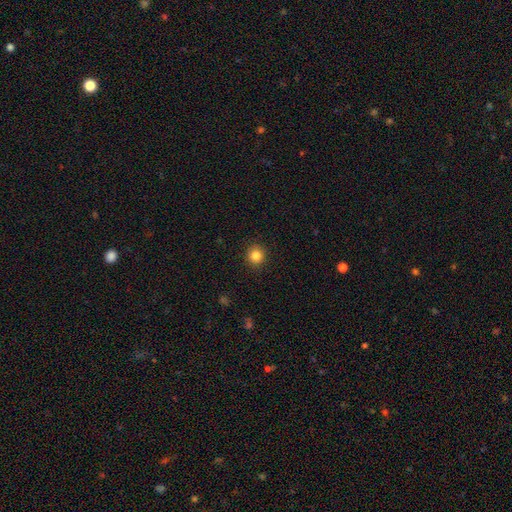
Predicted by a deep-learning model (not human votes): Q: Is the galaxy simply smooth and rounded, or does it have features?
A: smooth — 84%.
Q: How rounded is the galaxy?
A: round — 91%.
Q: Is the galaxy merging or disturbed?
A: none — 91%.